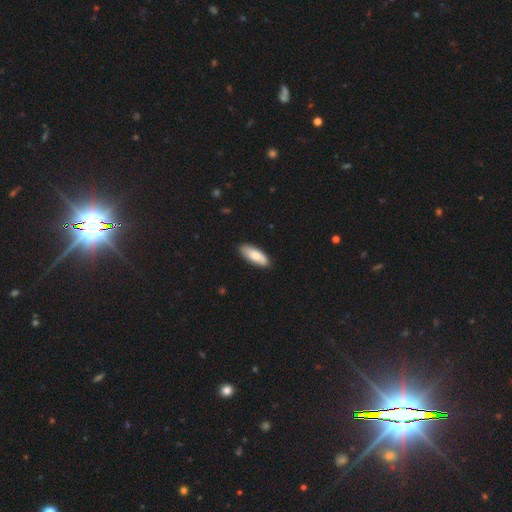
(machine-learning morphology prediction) Smooth or featured? Predicted: smooth (p=0.79). How rounded? Predicted: in between (p=0.72). Merging? Predicted: none (p=0.85).